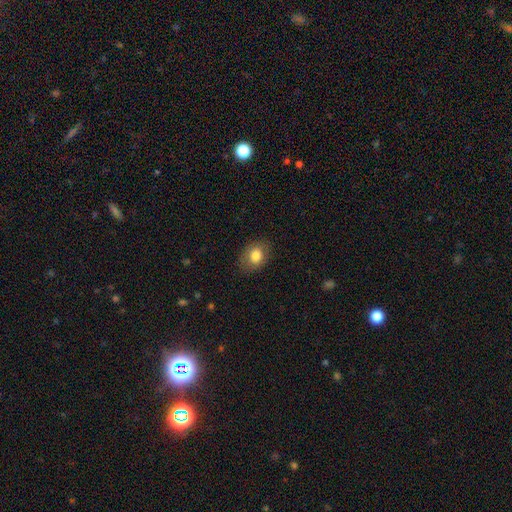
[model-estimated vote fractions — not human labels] A smooth galaxy with no disk features (81%) that is in between round and cigar-shaped (64%).

Vote fractions:
- Smooth or featured? smooth: 81% / featured or disk: 10% / star or artifact: 8%
- How rounded? in between: 64% / round: 35% / cigar-shaped: 1%
- Merging? none: 82% / minor disturbance: 13% / major disturbance: 4% / merger: 1%